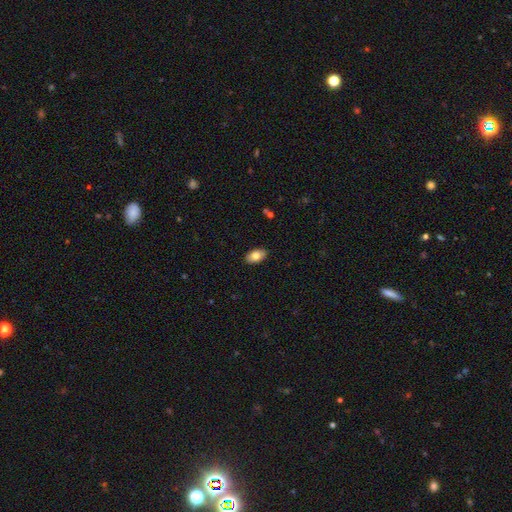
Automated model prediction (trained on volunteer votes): smooth-or-featured: smooth: 78% | featured or disk: 15% | star or artifact: 7%
  how-rounded: in between: 93% | round: 5% | cigar-shaped: 2%
  merging: none: 89% | minor disturbance: 8% | major disturbance: 2% | merger: 1%